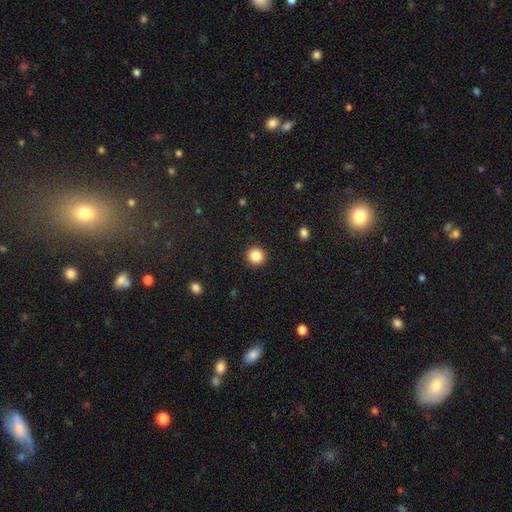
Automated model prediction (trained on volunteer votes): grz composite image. It shows a smooth galaxy with no disk features (85%) that is round (94%). Merging: none (93%).